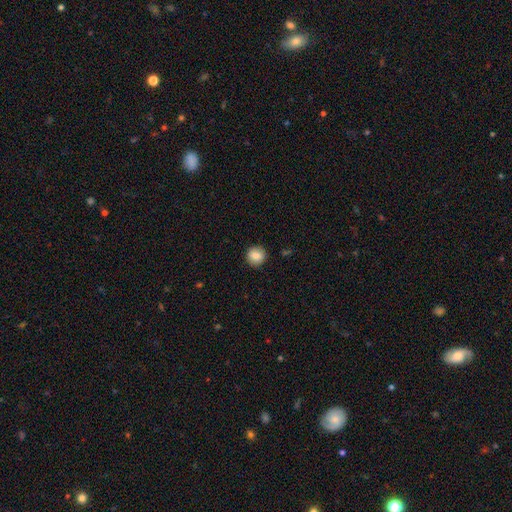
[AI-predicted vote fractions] Overall: smooth (86%). How rounded: round (91%). Merging: none (90%).